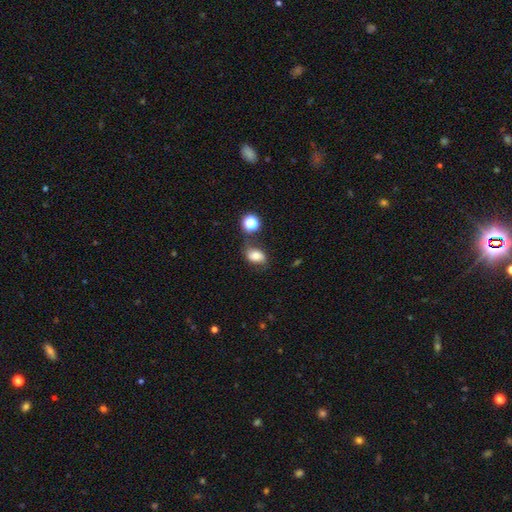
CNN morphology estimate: Smooth or featured? smooth (68%)
How rounded? in between (76%)
Merging? none (62%)